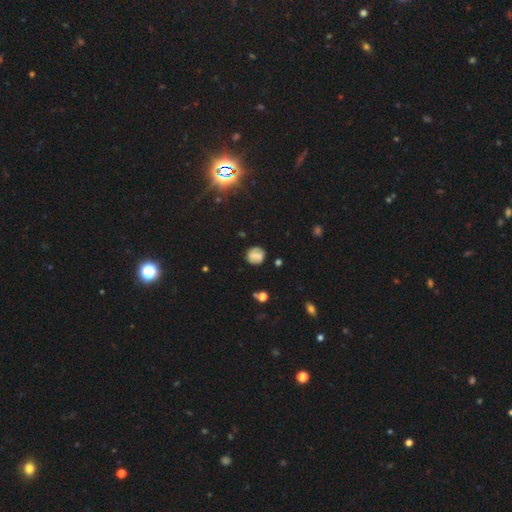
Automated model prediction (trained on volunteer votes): This appears to be a smooth galaxy with no disk features (61%) that is round (83%). Merging: none (75%).